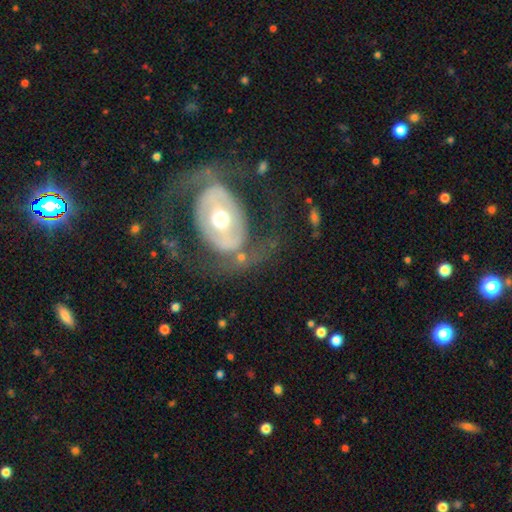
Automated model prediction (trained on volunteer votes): smooth_or_featured: featured or disk (p=0.80) [alt: smooth p=0.13]
disk_edge_on: no (p=0.95) [alt: yes p=0.05]
bar: no (p=0.57) [alt: weak p=0.23]
has_spiral_arms: yes (p=0.67) [alt: no p=0.33]
spiral_winding: medium (p=0.43) [alt: tight p=0.29]
spiral_arm_count: 2 (p=0.80) [alt: can't tell p=0.10]
bulge_size: moderate (p=0.66) [alt: small p=0.20]
merging: none (p=0.67) [alt: major disturbance p=0.19]